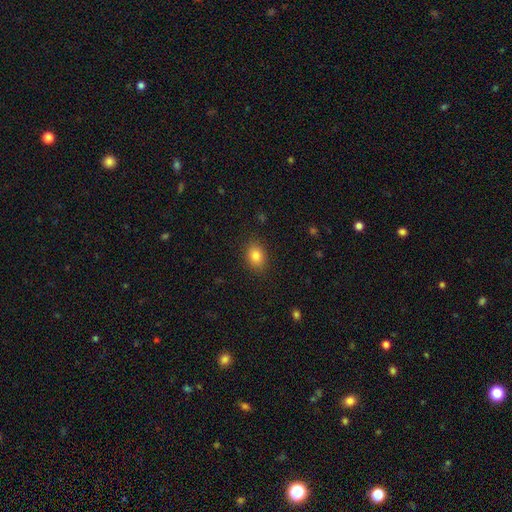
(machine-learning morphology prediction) Smooth or featured? Predicted: smooth (p=0.83). How rounded? Predicted: in between (p=0.66). Merging? Predicted: none (p=0.88).